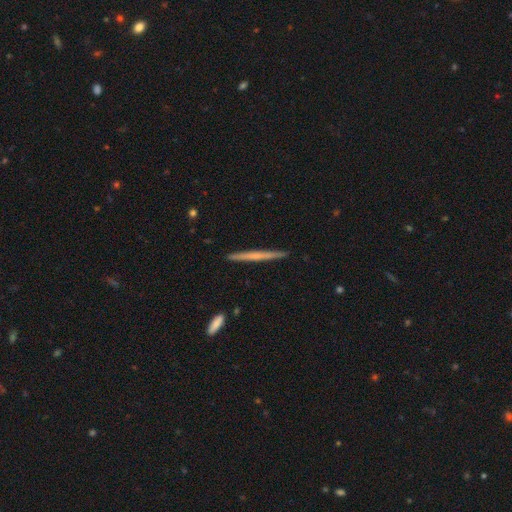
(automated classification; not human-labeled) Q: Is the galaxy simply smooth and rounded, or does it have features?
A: featured or disk — 51%.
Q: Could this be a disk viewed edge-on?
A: yes — 98%.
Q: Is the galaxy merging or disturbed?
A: none — 92%.